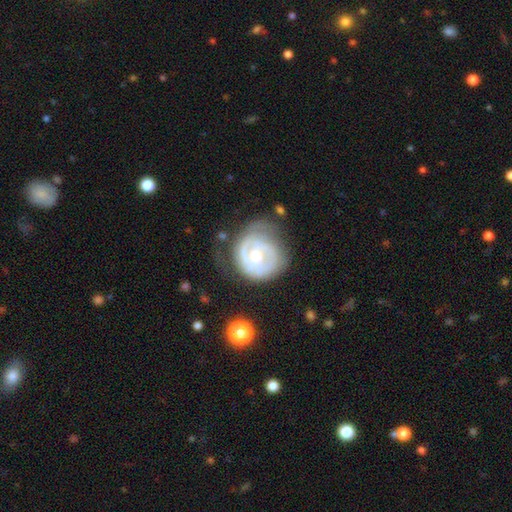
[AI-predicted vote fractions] Smooth or featured? Predicted: featured or disk (p=0.75). Edge-on disk? Predicted: no (p=0.98). Bar? Predicted: no (p=0.62). Spiral arms? Predicted: yes (p=0.77). Spiral winding? Predicted: tight (p=0.63). Spiral arm count? Predicted: 2 (p=0.38). Bulge size? Predicted: moderate (p=0.62). Merging? Predicted: none (p=0.51).